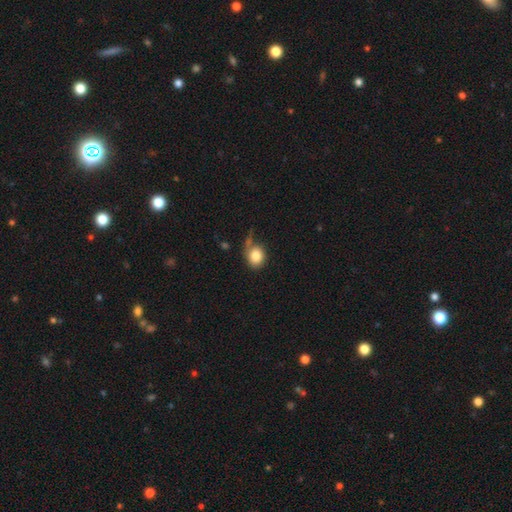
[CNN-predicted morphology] type=smooth (83%); roundness=round (61%); merging=none (50%).